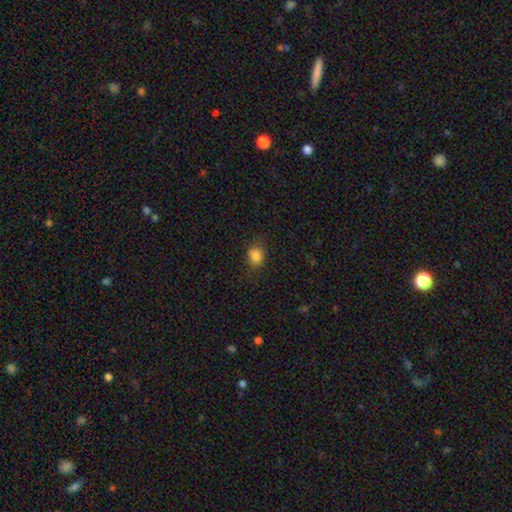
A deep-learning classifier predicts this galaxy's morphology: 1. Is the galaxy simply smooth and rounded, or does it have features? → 83% smooth, 12% star or artifact, 5% featured or disk.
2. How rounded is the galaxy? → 50% round, 49% in between, 1% cigar-shaped.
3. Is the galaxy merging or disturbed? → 78% none, 16% minor disturbance, 5% major disturbance, 1% merger.